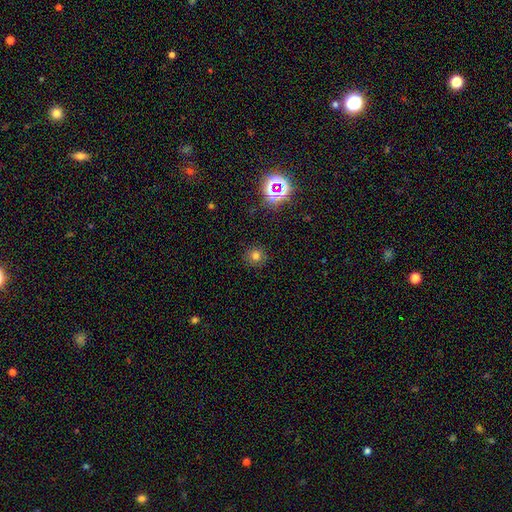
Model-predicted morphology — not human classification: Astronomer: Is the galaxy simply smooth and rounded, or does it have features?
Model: smooth — 72%.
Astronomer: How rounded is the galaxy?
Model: round — 92%.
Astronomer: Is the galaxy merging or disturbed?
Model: none — 88%.